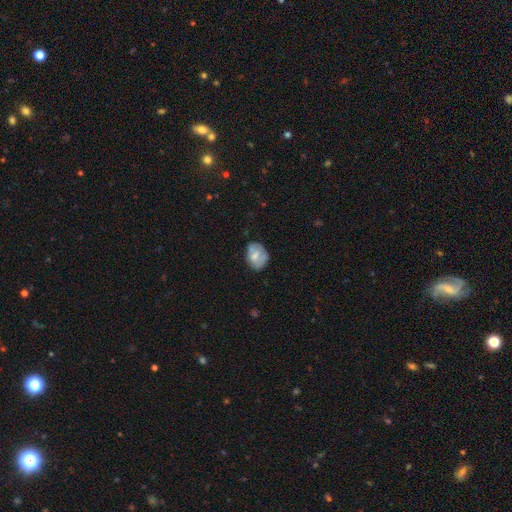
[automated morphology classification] This is possibly a smooth galaxy (59%). How rounded: likely in between (66%). Merging: possibly none (57%).